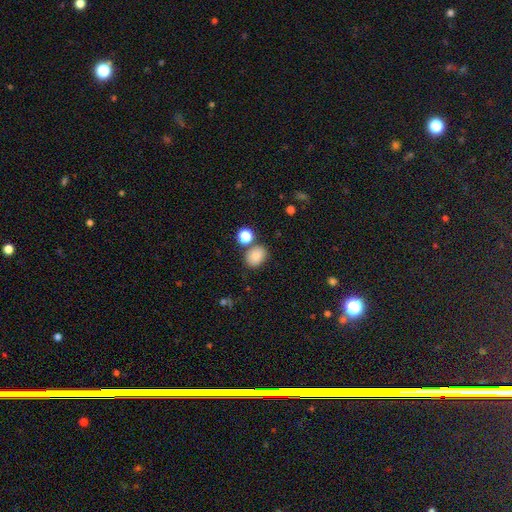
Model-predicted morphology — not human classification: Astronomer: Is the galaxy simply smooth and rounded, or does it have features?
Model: smooth — 81%.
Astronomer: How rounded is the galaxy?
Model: in between — 56% (runner-up: round, 43%).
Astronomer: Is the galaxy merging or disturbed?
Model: none — 73%.